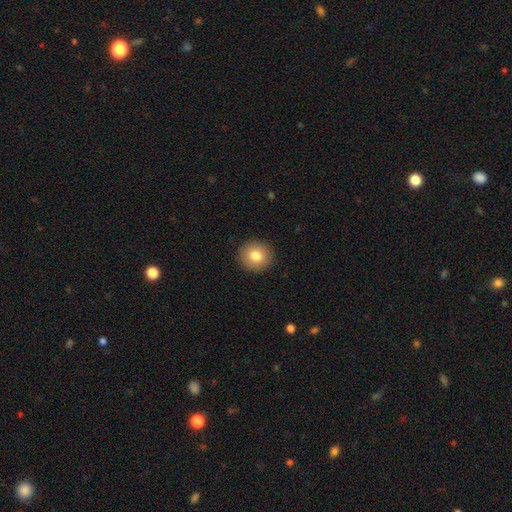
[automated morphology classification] Smooth or featured: smooth — 80% (featured or disk — 10%)
How rounded: round — 92% (in between — 8%)
Merging: none — 92% (minor disturbance — 5%)